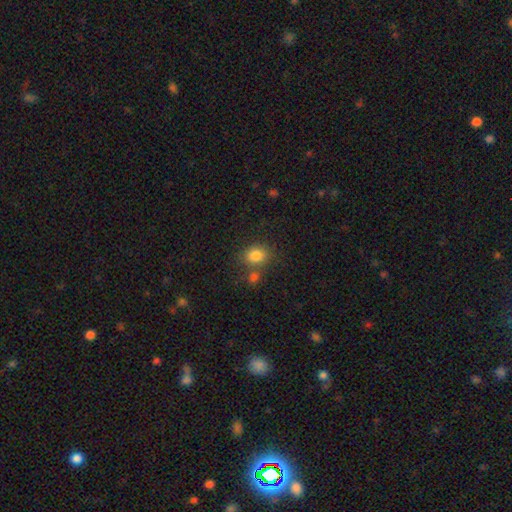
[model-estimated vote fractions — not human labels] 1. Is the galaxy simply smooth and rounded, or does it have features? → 82% smooth, 11% star or artifact, 7% featured or disk.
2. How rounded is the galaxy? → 57% round, 42% in between, 1% cigar-shaped.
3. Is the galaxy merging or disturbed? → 62% none, 20% merger, 13% minor disturbance, 5% major disturbance.